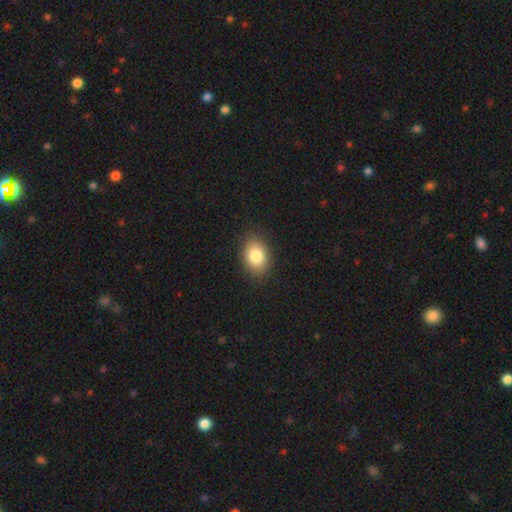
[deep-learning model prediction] Overall: smooth (83%). How rounded: in between (69%; round 30%). Merging: none (87%).